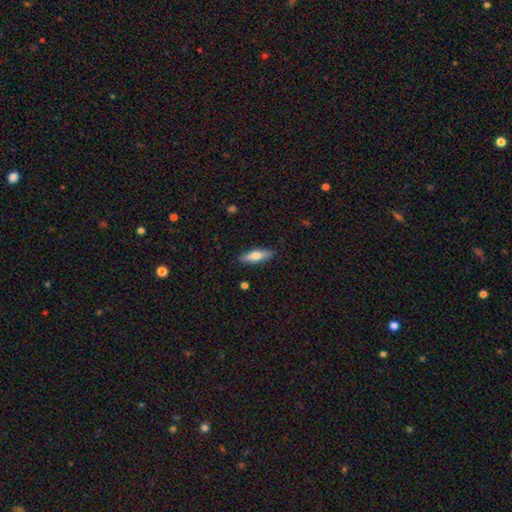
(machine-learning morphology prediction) type=smooth (63%); roundness=cigar-shaped (55%); merging=none (88%).